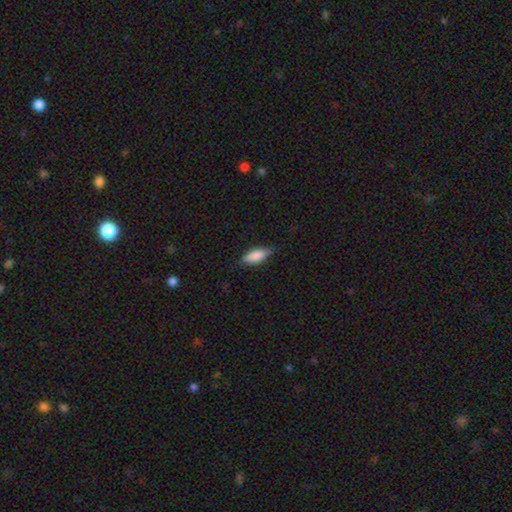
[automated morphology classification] smooth_or_featured: smooth (p=0.77) [alt: featured or disk p=0.16]
how_rounded: in between (p=0.75) [alt: cigar-shaped p=0.22]
merging: none (p=0.75) [alt: minor disturbance p=0.20]